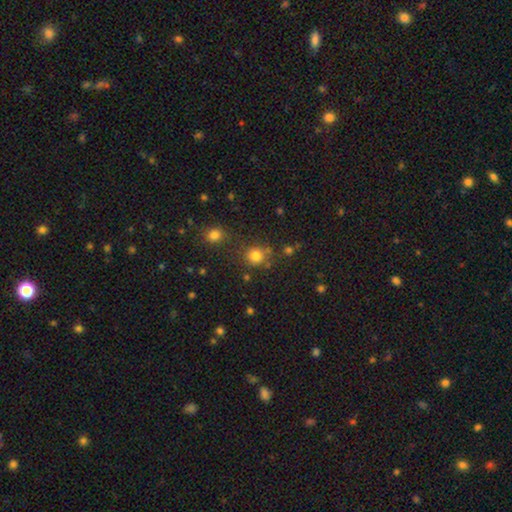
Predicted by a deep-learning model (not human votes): smooth_or_featured: smooth (p=0.80) [alt: star or artifact p=0.14]
how_rounded: round (p=0.89) [alt: in between p=0.10]
merging: none (p=0.72) [alt: merger p=0.13]